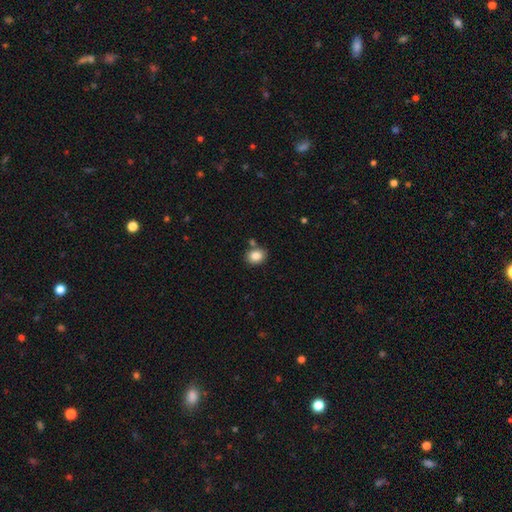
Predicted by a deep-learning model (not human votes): smooth_or_featured: smooth (p=0.85) [alt: star or artifact p=0.09]
how_rounded: round (p=0.50) [alt: in between p=0.49]
merging: none (p=0.76) [alt: minor disturbance p=0.11]